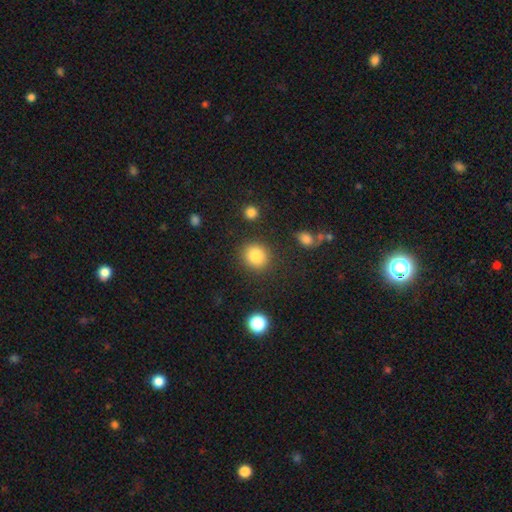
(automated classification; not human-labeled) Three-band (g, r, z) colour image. It shows a smooth galaxy with no disk features (85%) that is round (85%). Merging: none (86%).